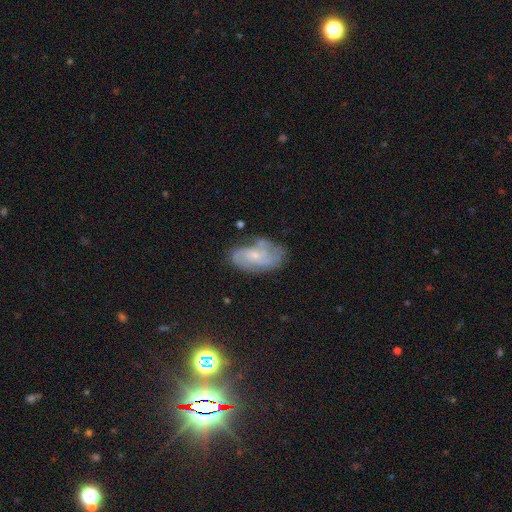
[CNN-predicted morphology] Smooth or featured? Predicted: featured or disk (p=0.71). Edge-on disk? Predicted: no (p=0.96). Bar? Predicted: no (p=0.69). Spiral arms? Predicted: yes (p=0.88). Spiral winding? Predicted: medium (p=0.43). Spiral arm count? Predicted: 2 (p=0.41). Bulge size? Predicted: small (p=0.74). Merging? Predicted: none (p=0.61).